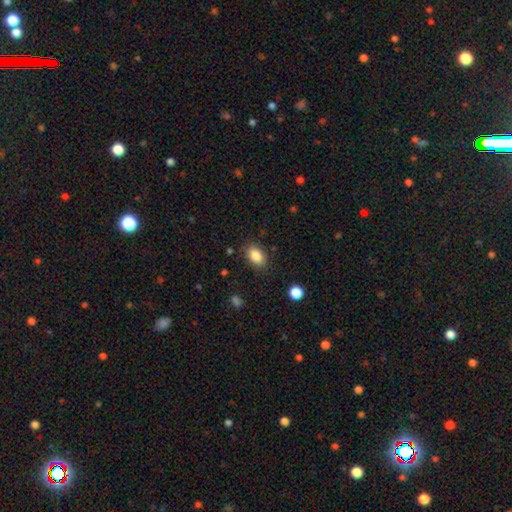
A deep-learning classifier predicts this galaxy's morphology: Q: Smooth or featured?
A: smooth (86%); runner-up: star or artifact (8%)
Q: How rounded?
A: in between (85%); runner-up: round (13%)
Q: Merging?
A: none (83%); runner-up: minor disturbance (12%)